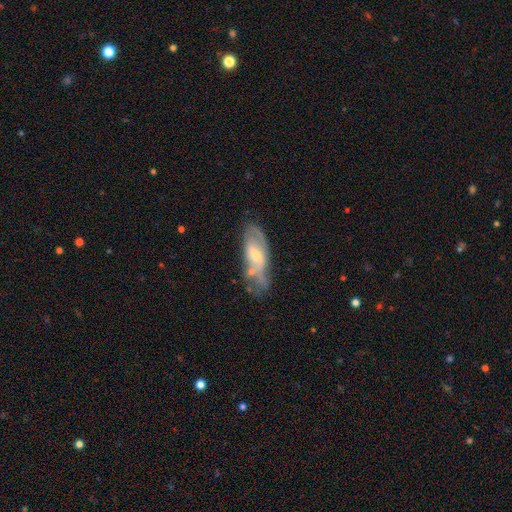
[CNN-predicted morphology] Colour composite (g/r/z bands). It shows a featured or disk galaxy (61%) with no bar (55%), spiral arms (61%) and a small central bulge (53%). Merging: none (47%).